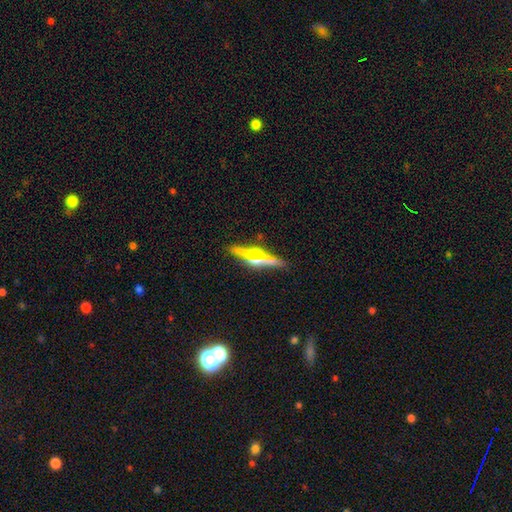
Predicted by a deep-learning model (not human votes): Morphology: type=featured or disk (51%); edge-on=yes (90%); merging=none (82%).